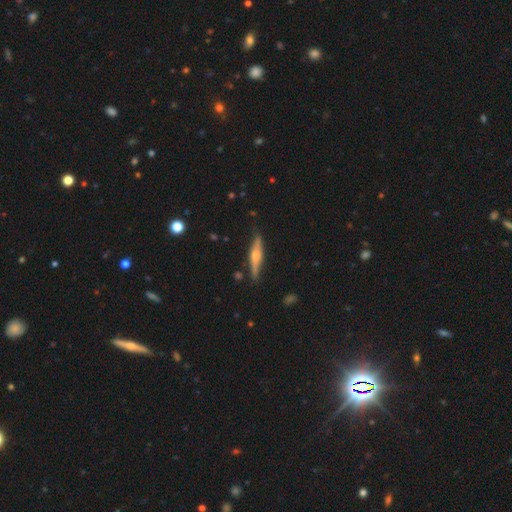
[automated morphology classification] Smooth or featured? Predicted: featured or disk (p=0.64). Edge-on disk? Predicted: yes (p=0.96). Edge-on bulge? Predicted: rounded (p=0.83). Merging? Predicted: none (p=0.84).